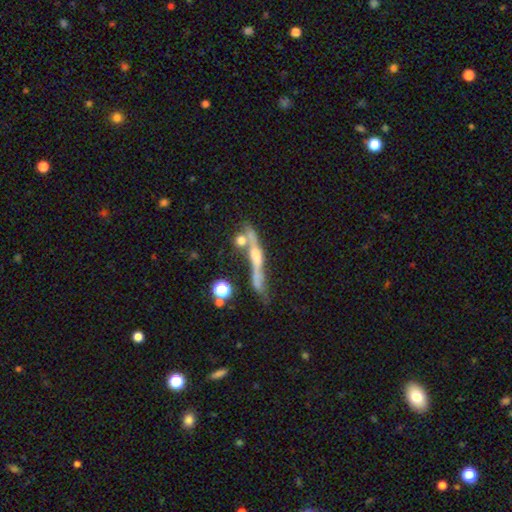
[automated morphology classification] This is likely a featured or disk galaxy (64%). It is clearly viewed edge-on (84%). Edge-on bulge: likely rounded (64%). Merging: marginally none (44%).